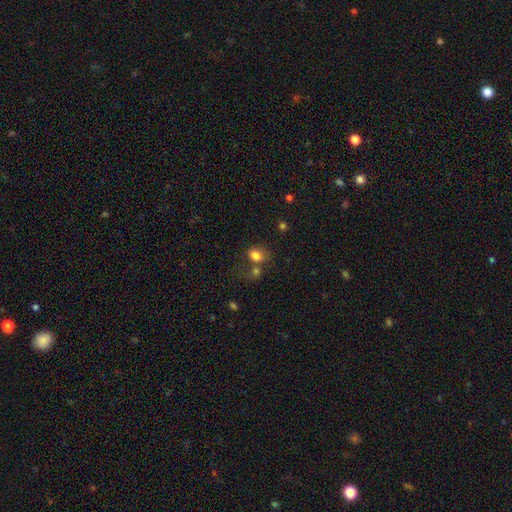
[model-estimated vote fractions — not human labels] Smooth or featured? Predicted: smooth (p=0.80). How rounded? Predicted: in between (p=0.65). Merging? Predicted: none (p=0.44).